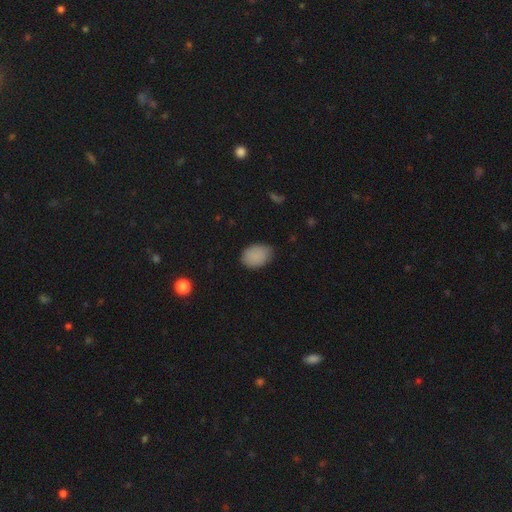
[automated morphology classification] Smooth or featured?
  - smooth: 88% *
  - star or artifact: 8%
  - featured or disk: 4%
How rounded?
  - in between: 79% *
  - round: 20%
  - cigar-shaped: 1%
Merging?
  - none: 73% *
  - minor disturbance: 22%
  - major disturbance: 4%
  - merger: 1%